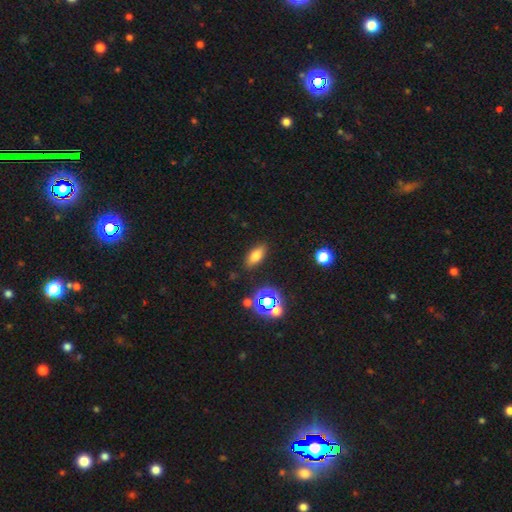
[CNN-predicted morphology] Q: Smooth or featured?
A: smooth (71%); runner-up: star or artifact (16%)
Q: How rounded?
A: in between (79%); runner-up: cigar-shaped (14%)
Q: Merging?
A: none (85%); runner-up: minor disturbance (9%)